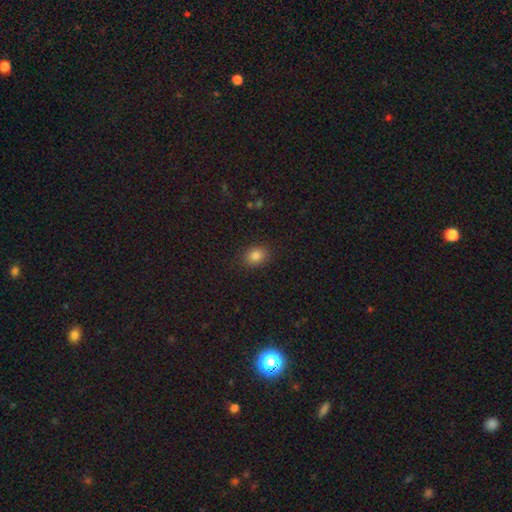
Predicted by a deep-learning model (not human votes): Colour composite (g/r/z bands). It shows a smooth galaxy with no disk features (83%) that is in between round and cigar-shaped (60%). Merging: none (87%).